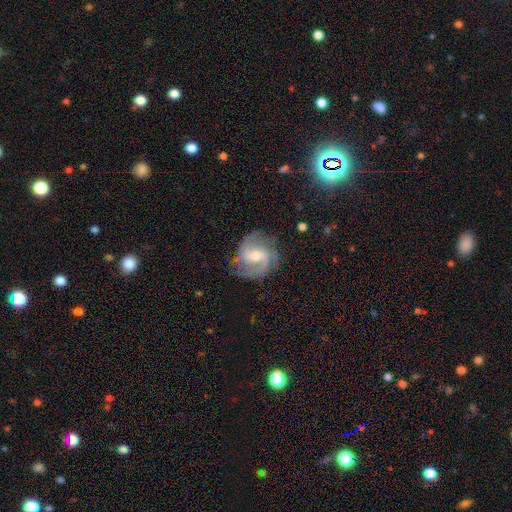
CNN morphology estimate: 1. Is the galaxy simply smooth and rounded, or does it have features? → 89% featured or disk, 6% smooth, 5% star or artifact.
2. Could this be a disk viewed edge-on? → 98% no, 2% yes.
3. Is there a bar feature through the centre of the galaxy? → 55% weak, 24% no, 21% strong.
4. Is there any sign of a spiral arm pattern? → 97% yes, 3% no.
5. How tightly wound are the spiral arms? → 53% medium, 27% tight, 20% loose.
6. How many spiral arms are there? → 65% 2, 18% 3, 8% can't tell, 3% 4, 3% 1, 3% more than 4.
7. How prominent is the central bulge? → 58% moderate, 37% small, 3% large, 1% none, 1% dominant.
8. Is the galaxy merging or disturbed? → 74% none, 17% minor disturbance, 7% major disturbance, 1% merger.